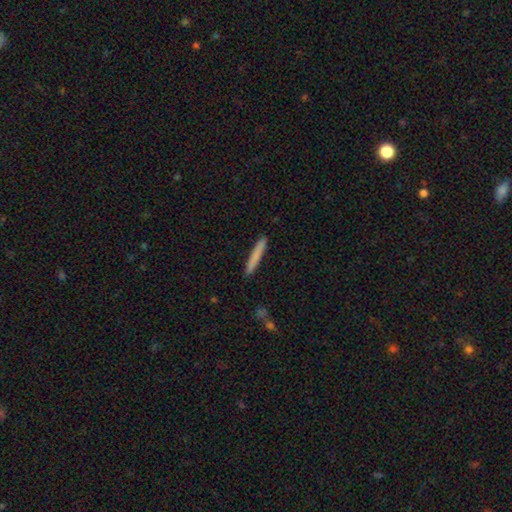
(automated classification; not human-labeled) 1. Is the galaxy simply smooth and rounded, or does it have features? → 78% smooth, 16% featured or disk, 6% star or artifact.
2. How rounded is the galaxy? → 96% cigar-shaped, 3% in between, 1% round.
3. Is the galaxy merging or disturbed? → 91% none, 7% minor disturbance, 1% major disturbance, 1% merger.